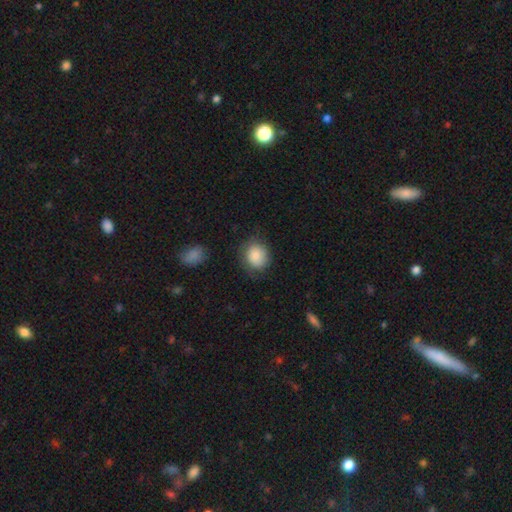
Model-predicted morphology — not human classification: Smooth or featured? Predicted: smooth (p=0.84). How rounded? Predicted: round (p=0.68). Merging? Predicted: none (p=0.70).